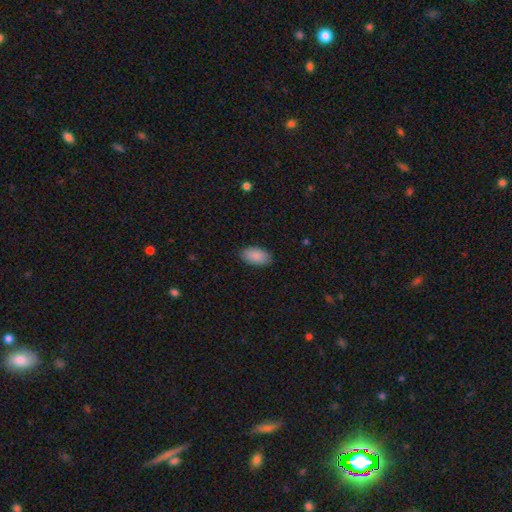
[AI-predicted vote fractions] Smooth or featured? Predicted: smooth (p=0.89). How rounded? Predicted: in between (p=0.95). Merging? Predicted: none (p=0.86).